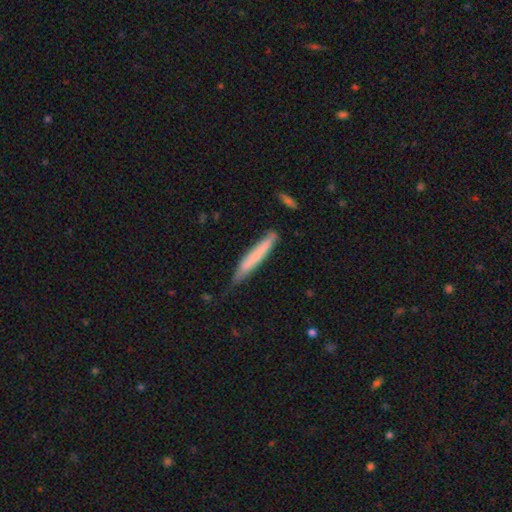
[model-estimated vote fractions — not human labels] smooth-or-featured: smooth: 66% | featured or disk: 28% | star or artifact: 6%
  how-rounded: cigar-shaped: 95% | in between: 4% | round: 1%
  merging: none: 71% | minor disturbance: 23% | major disturbance: 4% | merger: 2%